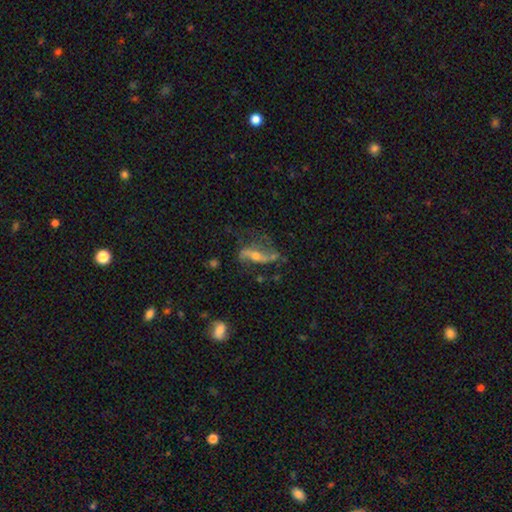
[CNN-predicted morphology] Overall: featured or disk (75%). Edge-on disk: no (84%). Bar: no (37%; strong 34%). Spiral arms: yes (86%). Spiral arm count: 2 (87%). Spiral winding: loose (76%). Bulge size: moderate (47%; small 44%). Merging: none (55%; minor disturbance 22%).